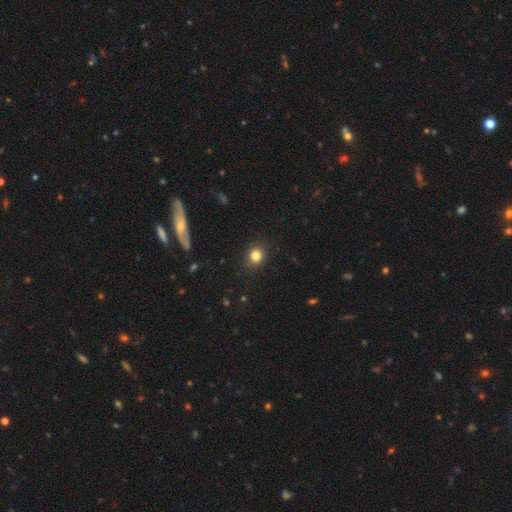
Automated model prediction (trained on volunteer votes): Q: Smooth or featured?
A: smooth (83%); runner-up: star or artifact (11%)
Q: How rounded?
A: round (78%); runner-up: in between (21%)
Q: Merging?
A: none (88%); runner-up: minor disturbance (9%)